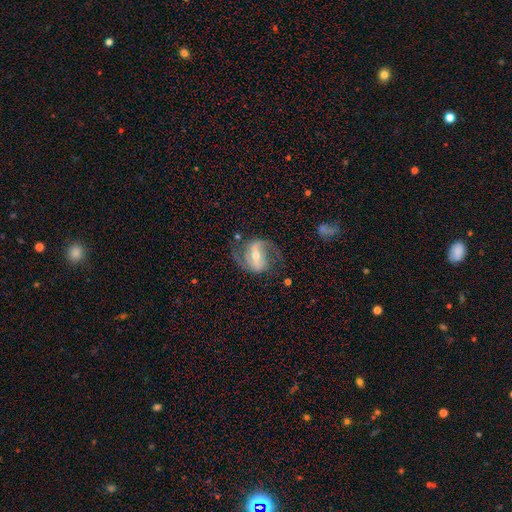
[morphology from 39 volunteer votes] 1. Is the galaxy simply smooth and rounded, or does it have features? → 79% featured or disk, 13% smooth, 8% star or artifact.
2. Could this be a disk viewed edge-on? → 94% no, 6% yes.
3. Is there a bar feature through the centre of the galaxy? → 52% strong, 38% weak, 10% no.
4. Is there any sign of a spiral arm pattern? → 97% yes, 3% no.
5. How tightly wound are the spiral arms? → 54% medium, 36% loose, 11% tight.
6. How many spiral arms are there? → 93% 2, 7% 3, 0% 1, 0% 4, 0% more than 4, 0% can't tell.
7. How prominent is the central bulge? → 52% moderate, 45% small, 3% large, 0% dominant, 0% none.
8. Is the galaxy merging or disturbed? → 61% none, 22% minor disturbance, 8% major disturbance, 8% merger.